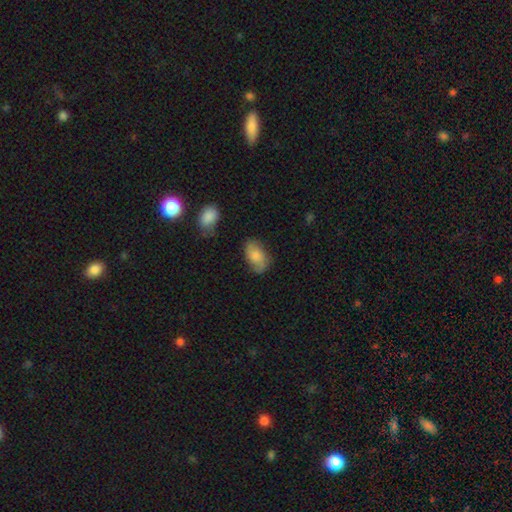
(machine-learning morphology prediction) smooth_or_featured: smooth (p=0.71) [alt: featured or disk p=0.21]
how_rounded: in between (p=0.91) [alt: round p=0.07]
merging: none (p=0.66) [alt: minor disturbance p=0.24]